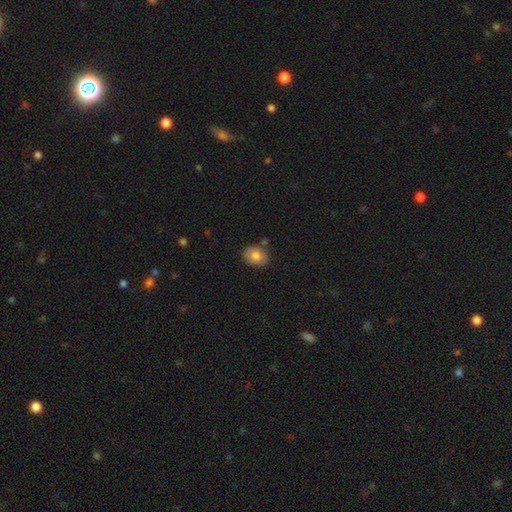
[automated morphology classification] smooth 76%, featured or disk 16%, star or artifact 8%. Down the decision tree: how rounded — in between (68%); merging — none (79%).